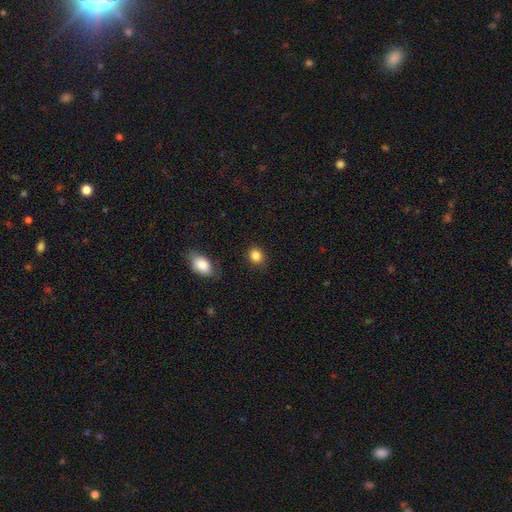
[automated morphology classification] Smooth or featured?
  - smooth: 86% *
  - star or artifact: 10%
  - featured or disk: 4%
How rounded?
  - round: 65% *
  - in between: 34%
  - cigar-shaped: 1%
Merging?
  - none: 82% *
  - minor disturbance: 13%
  - major disturbance: 3%
  - merger: 2%